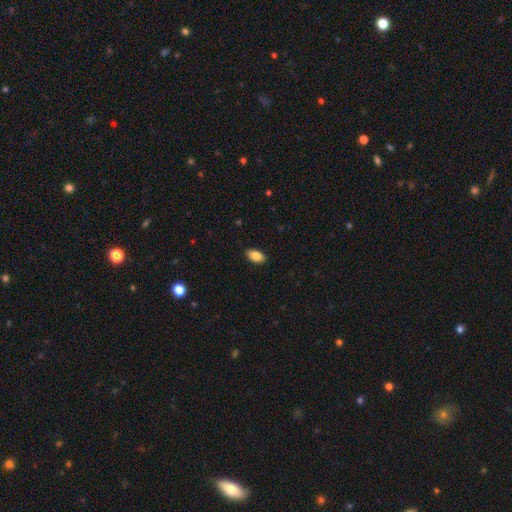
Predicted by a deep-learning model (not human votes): smooth-or-featured: smooth: 87% | star or artifact: 7% | featured or disk: 5%
  how-rounded: in between: 94% | round: 4% | cigar-shaped: 2%
  merging: none: 90% | minor disturbance: 7% | major disturbance: 2% | merger: 1%